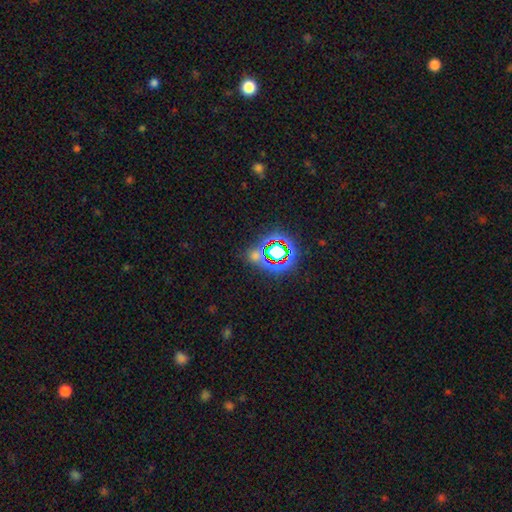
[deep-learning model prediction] A star or artifact, not a galaxy (59%).